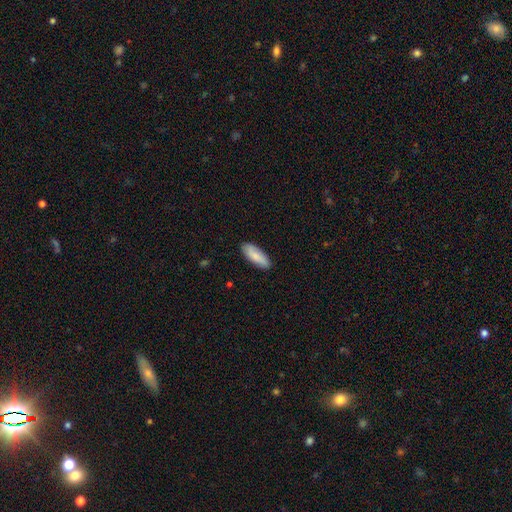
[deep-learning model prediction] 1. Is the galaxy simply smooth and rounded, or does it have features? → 83% smooth, 12% featured or disk, 5% star or artifact.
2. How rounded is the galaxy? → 70% in between, 28% cigar-shaped, 2% round.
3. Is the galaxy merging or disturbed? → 88% none, 10% minor disturbance, 2% major disturbance, 1% merger.